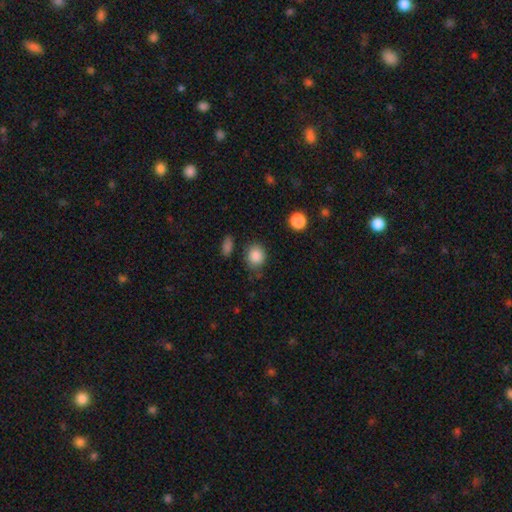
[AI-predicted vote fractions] Morphology: type=smooth (87%); roundness=round (71%); merging=none (77%).